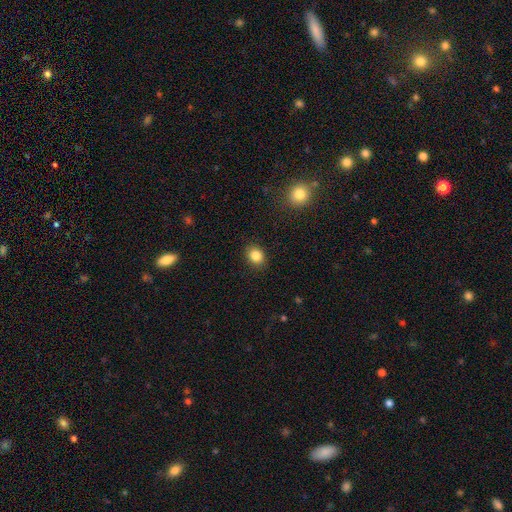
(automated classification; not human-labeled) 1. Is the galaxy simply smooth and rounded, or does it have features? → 85% smooth, 10% star or artifact, 5% featured or disk.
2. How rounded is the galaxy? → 58% round, 41% in between, 1% cigar-shaped.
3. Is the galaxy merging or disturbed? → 89% none, 8% minor disturbance, 2% major disturbance, 1% merger.